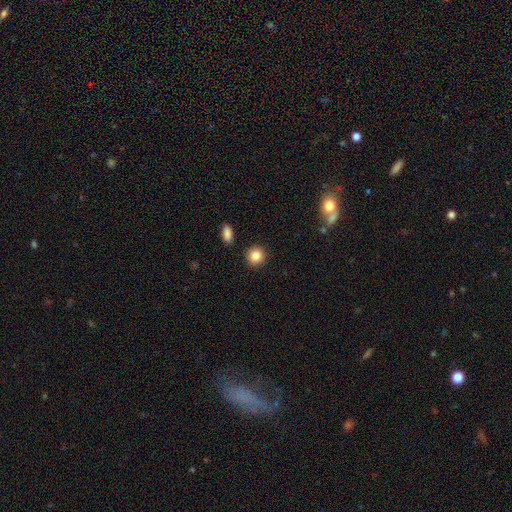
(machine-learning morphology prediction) The model was most divided on "smooth or featured": smooth: 85%, star or artifact: 9%, featured or disk: 6%. More confident: merging — none (90%); how rounded — round (90%).